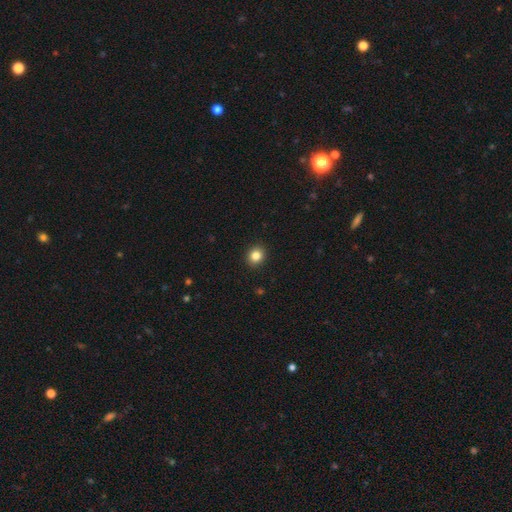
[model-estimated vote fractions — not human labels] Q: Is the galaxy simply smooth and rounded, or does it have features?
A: smooth — 84%.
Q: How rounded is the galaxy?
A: round — 78%.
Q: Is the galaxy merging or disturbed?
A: none — 92%.